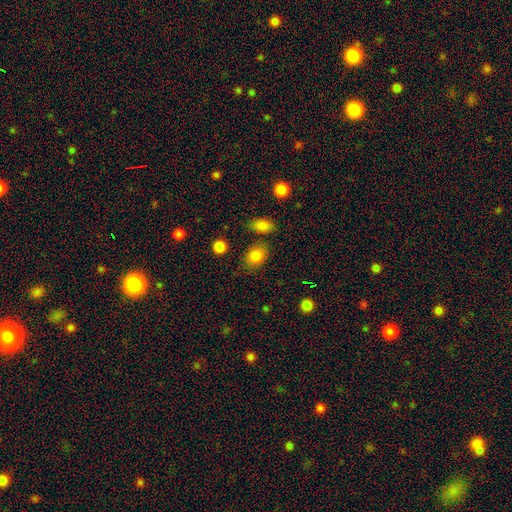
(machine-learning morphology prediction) Q: Smooth or featured?
A: smooth (84%); runner-up: star or artifact (10%)
Q: How rounded?
A: in between (65%); runner-up: round (34%)
Q: Merging?
A: none (77%); runner-up: minor disturbance (13%)